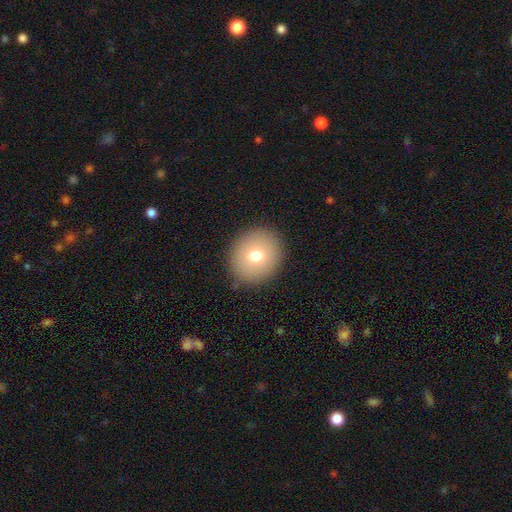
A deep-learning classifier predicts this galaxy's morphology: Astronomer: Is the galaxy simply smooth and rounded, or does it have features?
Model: smooth — 72%.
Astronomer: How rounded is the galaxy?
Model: round — 77%.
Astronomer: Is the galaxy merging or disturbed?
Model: none — 87%.